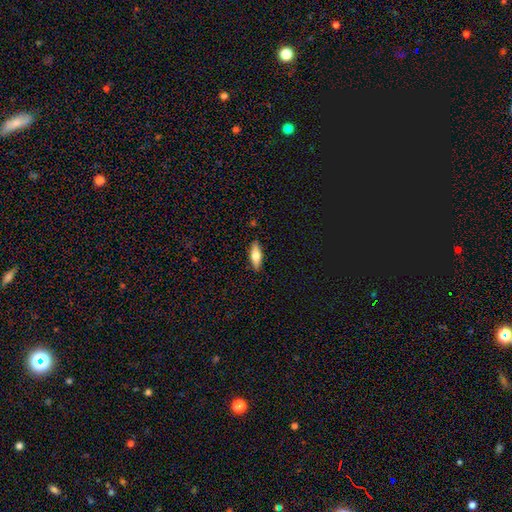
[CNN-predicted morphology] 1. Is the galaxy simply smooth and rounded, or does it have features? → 65% smooth, 29% featured or disk, 6% star or artifact.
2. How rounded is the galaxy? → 60% in between, 38% cigar-shaped, 3% round.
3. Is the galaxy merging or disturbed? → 87% none, 10% minor disturbance, 2% major disturbance, 1% merger.